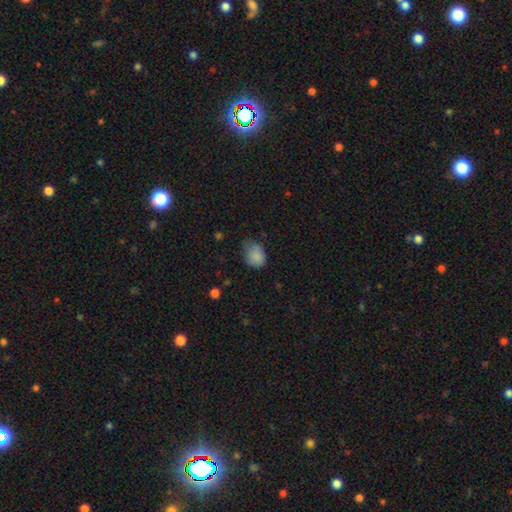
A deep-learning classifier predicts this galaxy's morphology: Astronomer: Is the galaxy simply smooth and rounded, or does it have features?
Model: smooth — 84%.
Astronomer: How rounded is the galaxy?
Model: in between — 61% (runner-up: round, 38%).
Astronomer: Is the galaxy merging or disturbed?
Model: none — 42%, tied with minor disturbance at 42%.